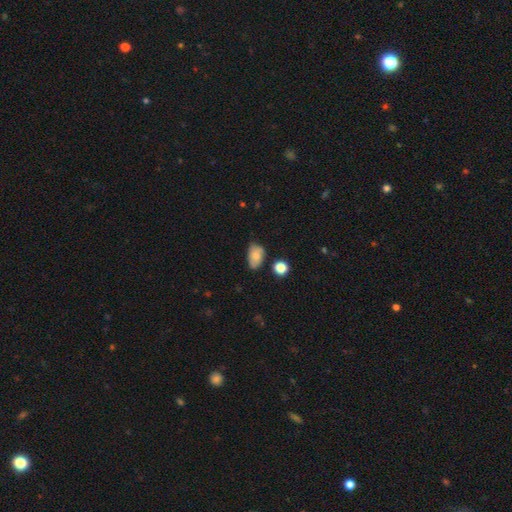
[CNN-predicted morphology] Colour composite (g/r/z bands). It shows a smooth galaxy with no disk features (74%) that is in between round and cigar-shaped (87%). Merging: none (55%).